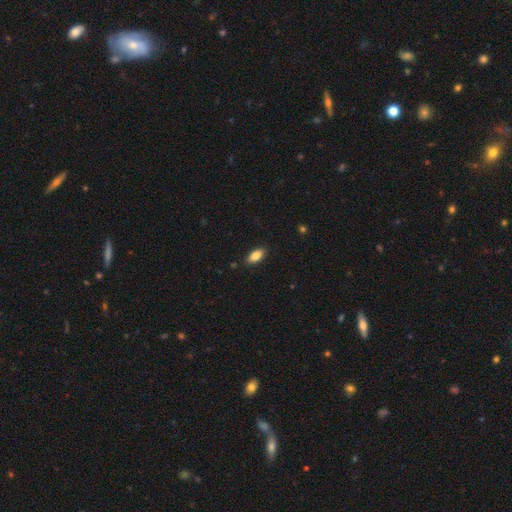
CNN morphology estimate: type=smooth (85%); roundness=in between (88%); merging=none (87%).